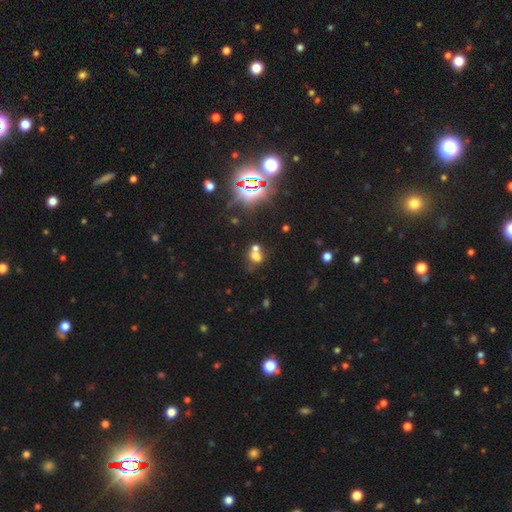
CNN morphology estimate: smooth_or_featured: smooth (p=0.55) [alt: star or artifact p=0.28]
how_rounded: round (p=0.61) [alt: in between p=0.38]
merging: merger (p=0.53) [alt: none p=0.33]